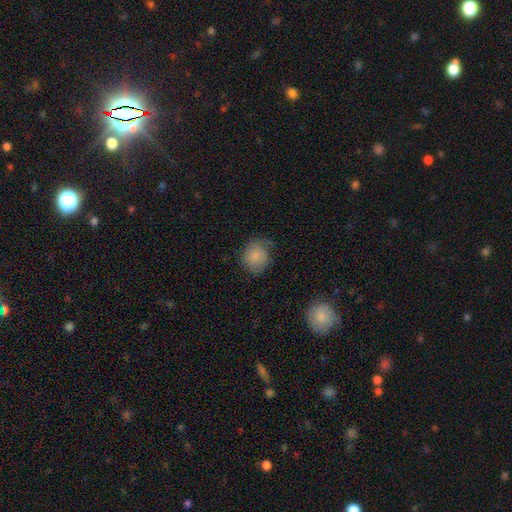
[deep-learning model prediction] The model was most divided on "merging": none: 59%, minor disturbance: 30%, major disturbance: 10%, merger: 2%. More confident: smooth or featured — smooth (81%); how rounded — round (72%).